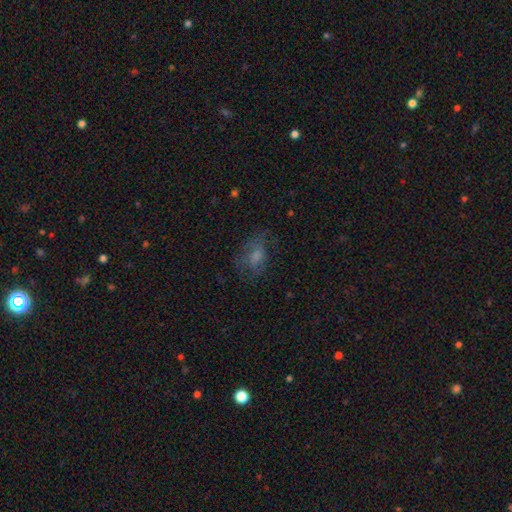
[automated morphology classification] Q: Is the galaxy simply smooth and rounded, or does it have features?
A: smooth — 56%.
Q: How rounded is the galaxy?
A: in between — 76%.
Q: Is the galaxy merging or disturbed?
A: none — 53%.